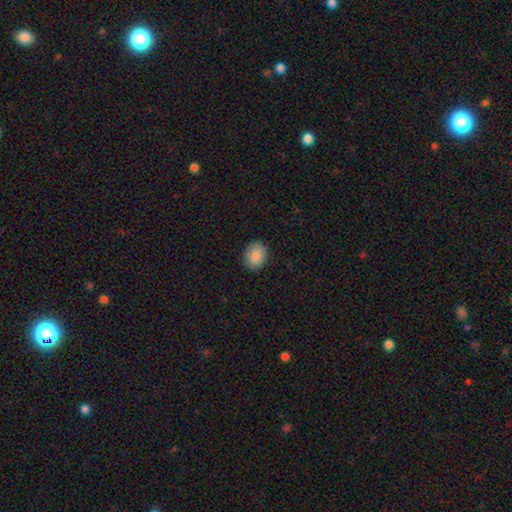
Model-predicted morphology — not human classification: A smooth galaxy with no disk features (87%) that is round (60%).

Vote fractions:
- Smooth or featured? smooth: 87% / star or artifact: 8% / featured or disk: 6%
- How rounded? round: 60% / in between: 40% / cigar-shaped: 1%
- Merging? none: 89% / minor disturbance: 9% / major disturbance: 2% / merger: 1%